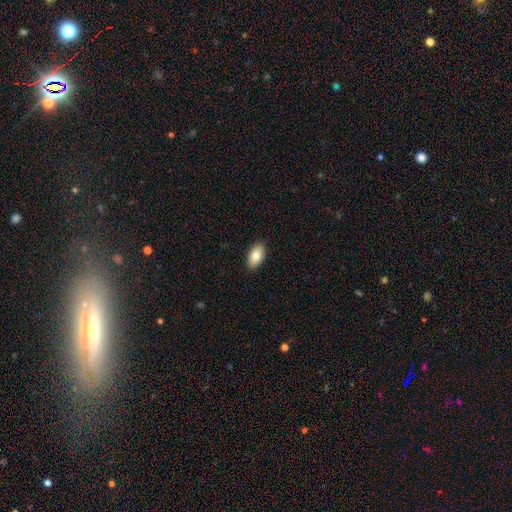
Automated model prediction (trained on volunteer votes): Smooth or featured?
  - smooth: 80% *
  - featured or disk: 13%
  - star or artifact: 7%
How rounded?
  - in between: 94% *
  - round: 3%
  - cigar-shaped: 3%
Merging?
  - none: 90% *
  - minor disturbance: 8%
  - major disturbance: 2%
  - merger: 1%